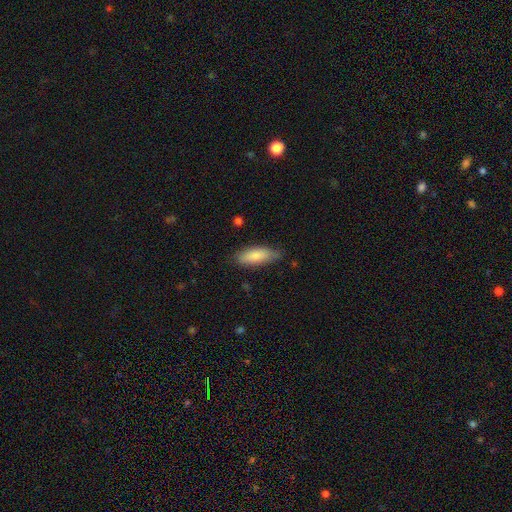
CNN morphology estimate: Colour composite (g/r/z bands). It shows a smooth galaxy with no disk features (83%) that is in between round and cigar-shaped (71%). Merging: none (77%).